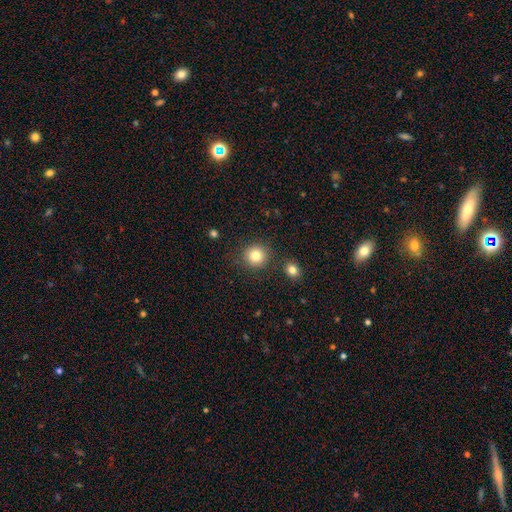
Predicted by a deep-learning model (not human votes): A smooth galaxy with no disk features (82%) that is round (92%). Merging: none (85%).